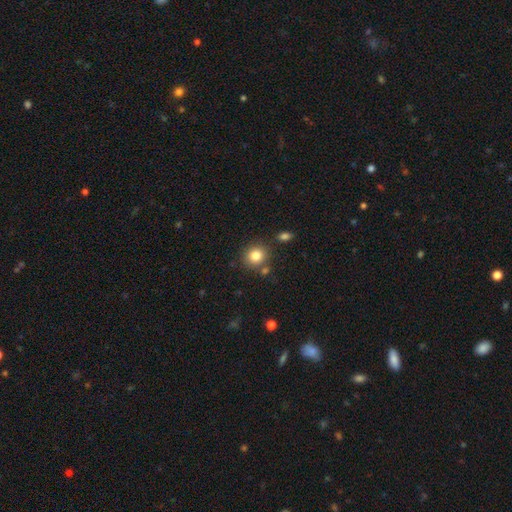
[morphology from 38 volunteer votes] Smooth or featured? 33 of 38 (87%) said smooth. How rounded? 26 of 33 (79%) said round. Merging? 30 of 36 (83%) said none.